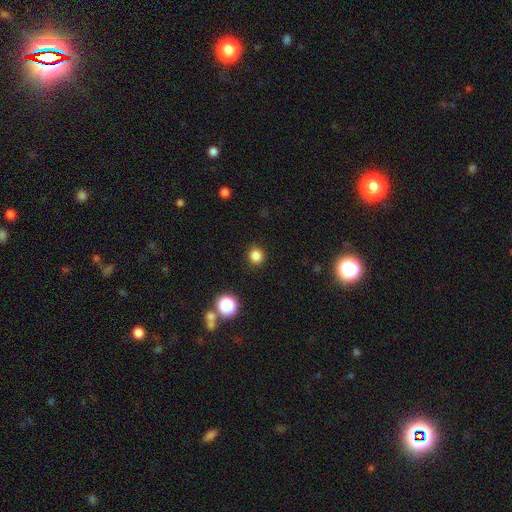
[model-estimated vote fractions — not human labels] A smooth galaxy with no disk features (83%) that is round (90%). Merging: none (91%).